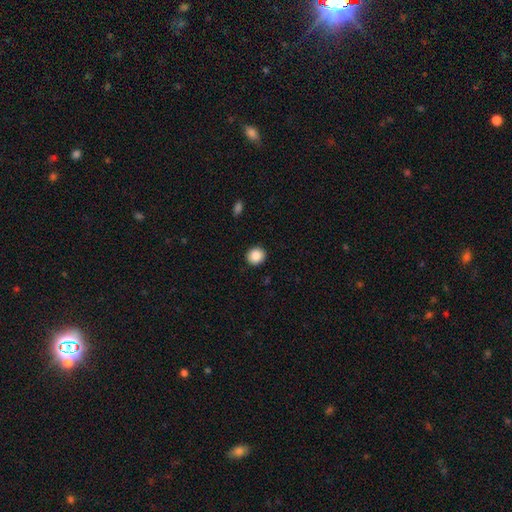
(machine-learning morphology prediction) smooth 88%, star or artifact 8%, featured or disk 4%. Down the decision tree: how rounded — round (87%); merging — none (91%).